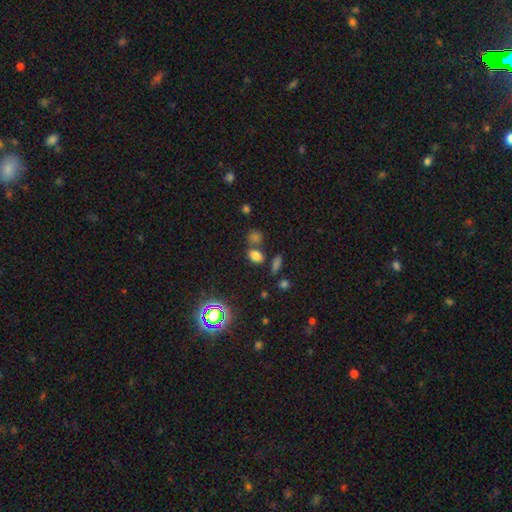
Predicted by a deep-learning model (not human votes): Overall: smooth (73%). How rounded: in between (71%). Merging: none (66%).